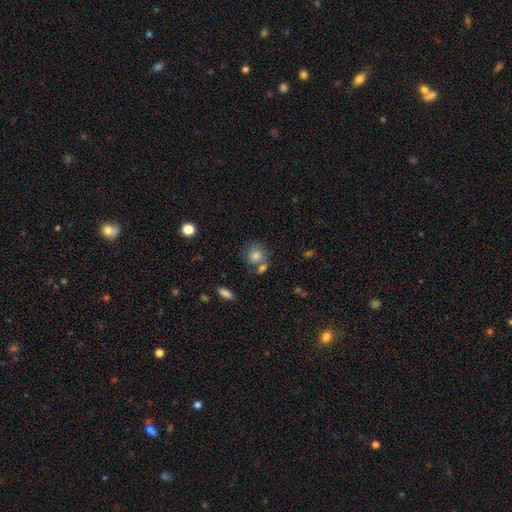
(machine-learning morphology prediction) Smooth or featured?
  - smooth: 76% *
  - featured or disk: 14%
  - star or artifact: 10%
How rounded?
  - round: 73% *
  - in between: 26%
  - cigar-shaped: 1%
Merging?
  - none: 54% *
  - merger: 23%
  - minor disturbance: 16%
  - major disturbance: 7%